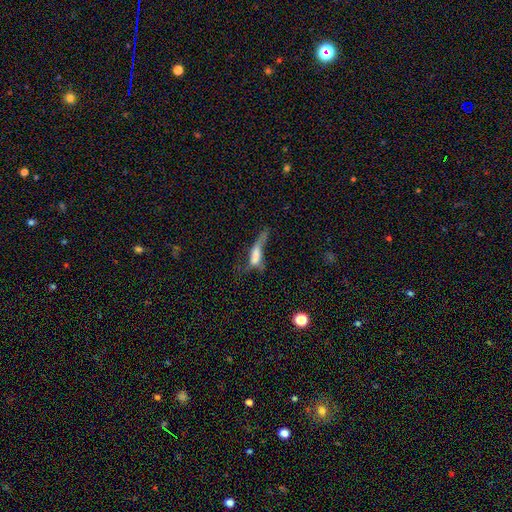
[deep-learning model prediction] Smooth or featured: smooth — 54% (featured or disk — 34%)
How rounded: cigar-shaped — 54% (in between — 42%)
Merging: major disturbance — 49% (none — 19%)